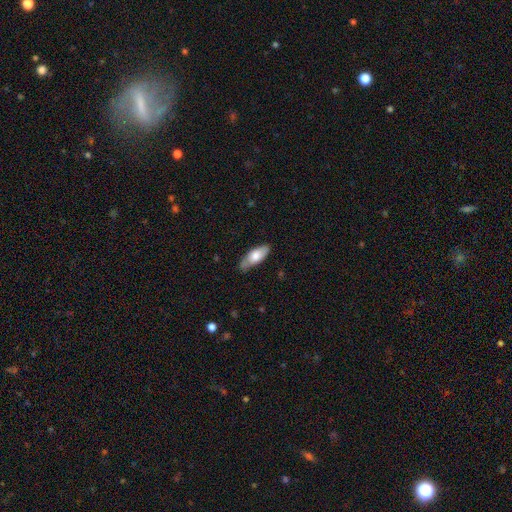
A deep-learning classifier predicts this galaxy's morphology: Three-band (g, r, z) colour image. It shows a smooth galaxy with no disk features (71%) that is in between round and cigar-shaped (75%). Merging: none (70%).